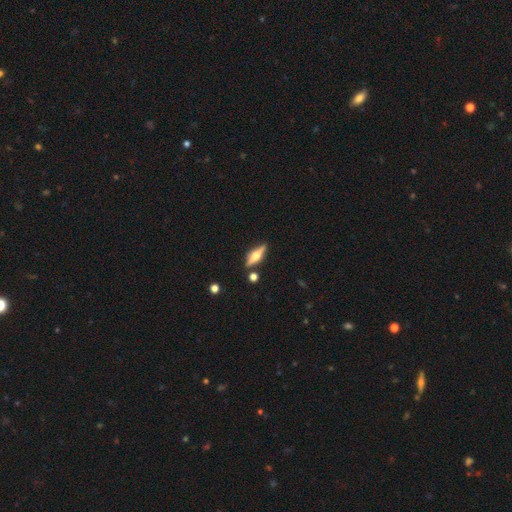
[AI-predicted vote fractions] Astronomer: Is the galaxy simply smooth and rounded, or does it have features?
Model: featured or disk — 58% (runner-up: smooth, 35%).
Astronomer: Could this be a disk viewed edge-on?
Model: yes — 94%.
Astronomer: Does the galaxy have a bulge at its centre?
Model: rounded — 90%.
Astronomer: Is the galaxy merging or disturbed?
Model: none — 82%.